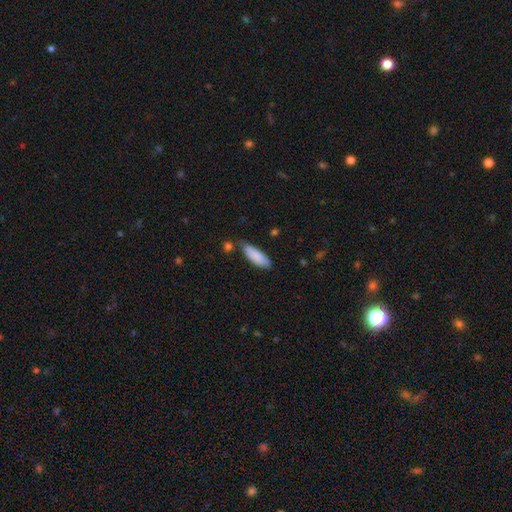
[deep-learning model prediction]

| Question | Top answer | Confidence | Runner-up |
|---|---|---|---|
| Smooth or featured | smooth | 85% | featured or disk (9%) |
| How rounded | in between | 57% | cigar-shaped (41%) |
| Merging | none | 68% | minor disturbance (22%) |